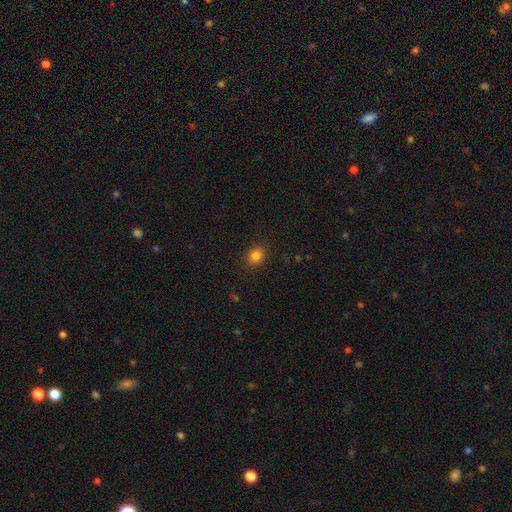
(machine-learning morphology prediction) smooth_or_featured: smooth (p=0.83) [alt: star or artifact p=0.12]
how_rounded: round (p=0.62) [alt: in between p=0.37]
merging: none (p=0.89) [alt: minor disturbance p=0.08]